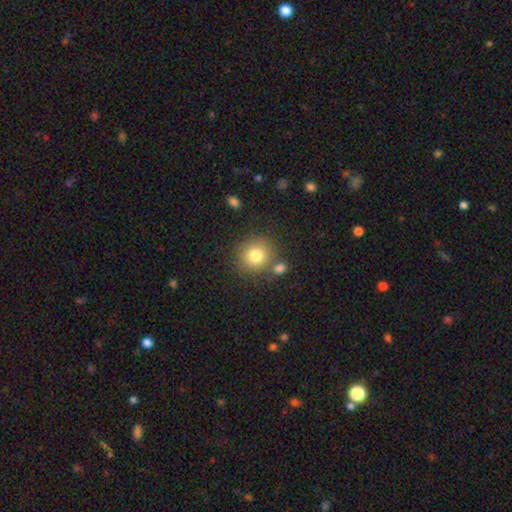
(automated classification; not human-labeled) A smooth galaxy with no disk features (80%) that is round (88%). Merging: none (75%).